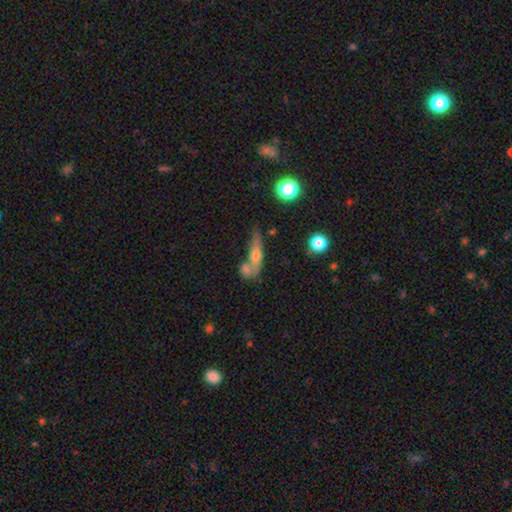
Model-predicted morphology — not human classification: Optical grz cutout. It shows a smooth galaxy with no disk features (53%) that is cigar-shaped (51%). Merging: merger (40%).